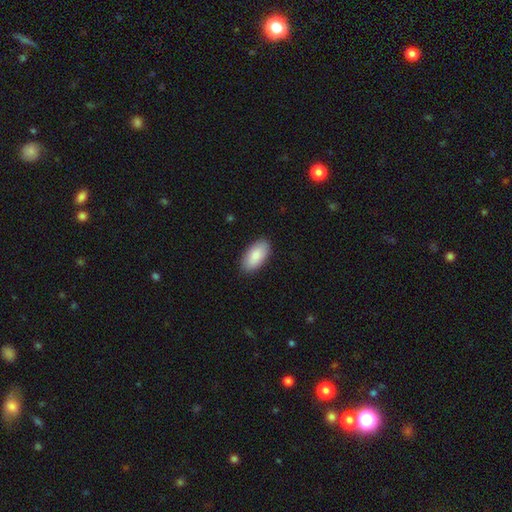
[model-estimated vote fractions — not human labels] A smooth galaxy with no disk features (87%) that is in between round and cigar-shaped (95%). Merging: none (89%).